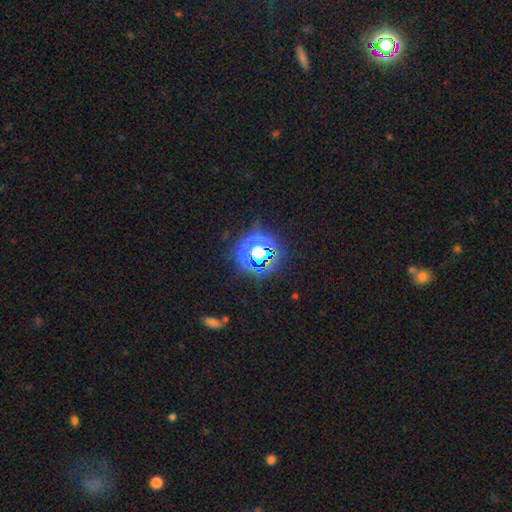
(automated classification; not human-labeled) Morphology: type=star or artifact (65%).